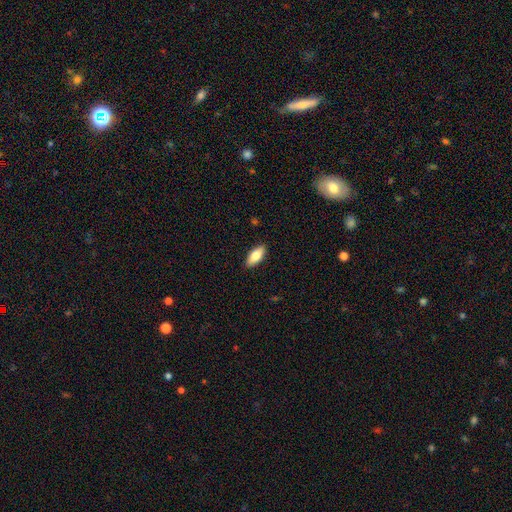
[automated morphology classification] Q: Smooth or featured?
A: smooth (79%); runner-up: featured or disk (15%)
Q: How rounded?
A: in between (82%); runner-up: cigar-shaped (15%)
Q: Merging?
A: none (89%); runner-up: minor disturbance (8%)